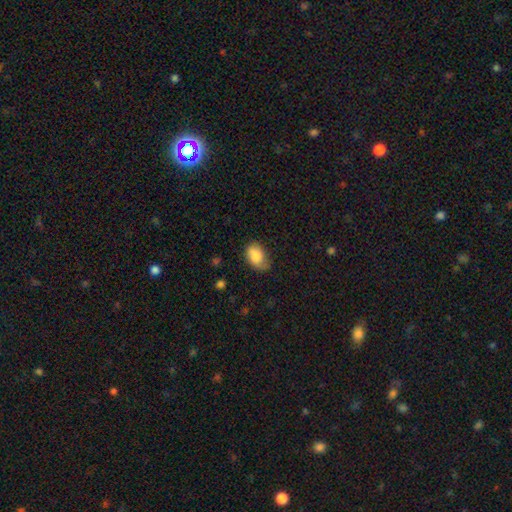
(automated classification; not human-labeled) Overall: smooth (82%). How rounded: in between (86%). Merging: none (64%; minor disturbance 28%).